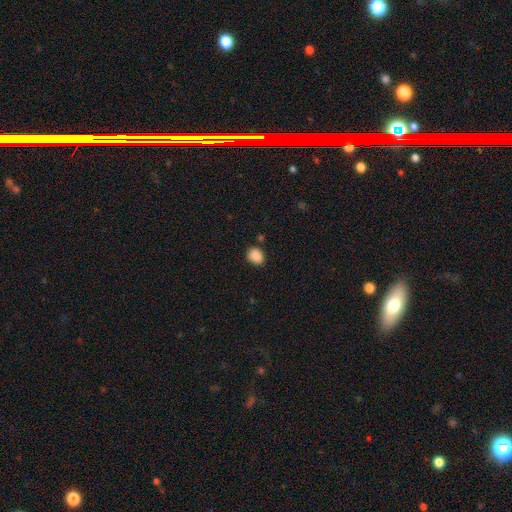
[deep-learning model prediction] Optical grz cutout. It shows a smooth galaxy with no disk features (88%) that is in between round and cigar-shaped (54%). Merging: none (82%).